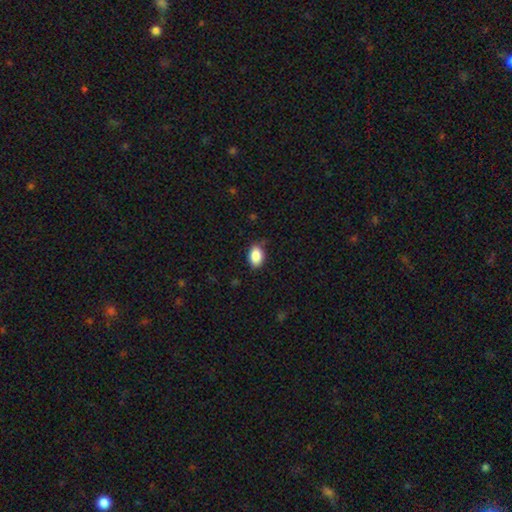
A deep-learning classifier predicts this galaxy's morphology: A smooth galaxy with no disk features (88%) that is in between round and cigar-shaped (85%). Merging: none (75%).